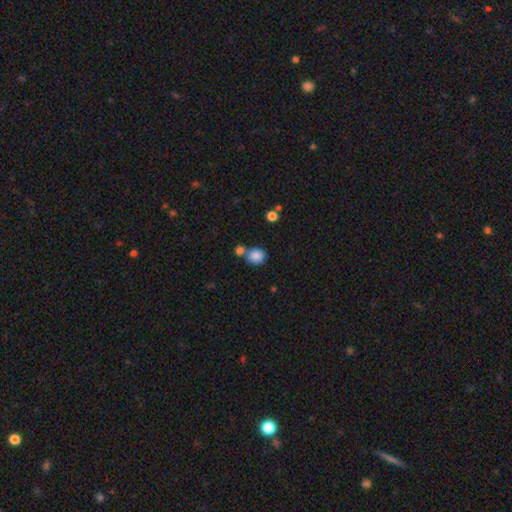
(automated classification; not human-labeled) Smooth or featured? smooth (86%)
How rounded? round (73%)
Merging? none (55%)